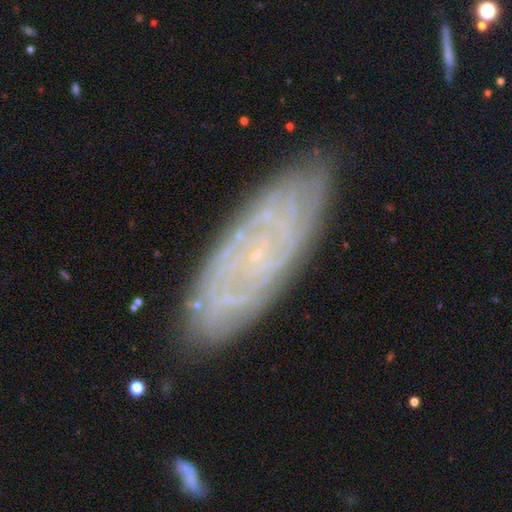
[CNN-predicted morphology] This is likely a featured or disk galaxy (77%). It is clearly not viewed edge-on (87%). Bar: likely no (73%). Spiral arm pattern: clearly yes (88%). Spiral arm count: possibly can't tell (54%). Spiral winding: likely tight (77%). Central bulge: clearly small (86%). Merging: clearly none (84%).